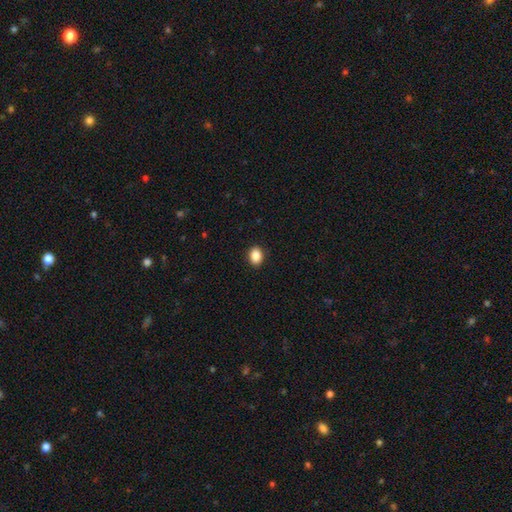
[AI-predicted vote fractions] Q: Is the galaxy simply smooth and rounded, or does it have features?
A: smooth — 87%.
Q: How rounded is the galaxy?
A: in between — 66%.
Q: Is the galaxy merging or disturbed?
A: none — 91%.